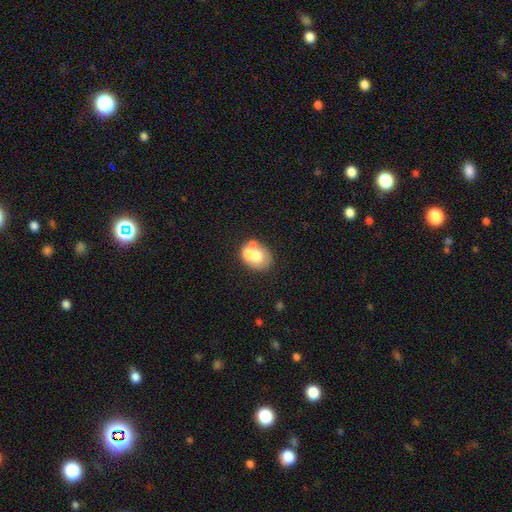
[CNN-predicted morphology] The model was most divided on "how rounded": in between: 50%, round: 49%, cigar-shaped: 1%. Remaining: smooth or featured — smooth (57%); merging — merger (49%).